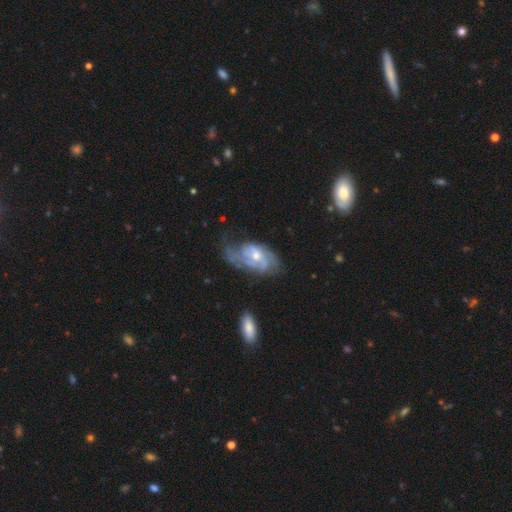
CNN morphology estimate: A featured or disk galaxy (77%) with no bar (56%), 2 (39%) tight (40%, tied with medium) spiral arms (87%) and a moderate central bulge (55%).

Vote fractions:
- Smooth or featured? featured or disk: 77% / smooth: 17% / star or artifact: 6%
- Edge-on disk? no: 95% / yes: 5%
- Bar? no: 56% / weak: 37% / strong: 7%
- Spiral arms? yes: 87% / no: 13%
- Spiral winding? tight: 40% (tied) / medium: 40% (tied) / loose: 20%
- Spiral arm count? 2: 39% / can't tell: 35% / 3: 11% / 1: 9% / 4: 3% / more than 4: 3%
- Bulge size? moderate: 55% / small: 38% / large: 4% / none: 2% / dominant: 1%
- Merging? none: 43% / minor disturbance: 27% / major disturbance: 26% / merger: 4%